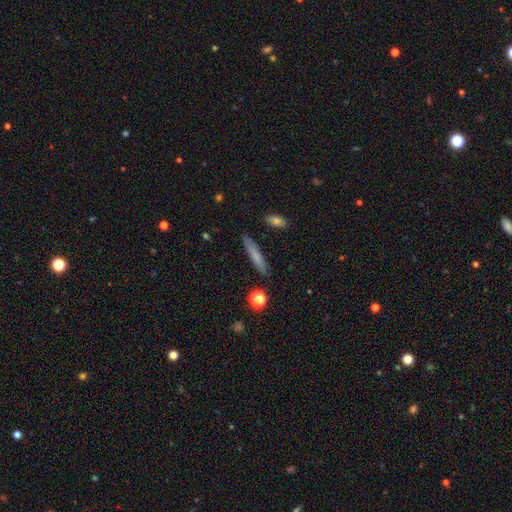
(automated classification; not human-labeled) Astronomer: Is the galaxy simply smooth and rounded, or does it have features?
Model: smooth — 70%.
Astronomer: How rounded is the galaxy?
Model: cigar-shaped — 91%.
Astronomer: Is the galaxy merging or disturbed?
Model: none — 88%.